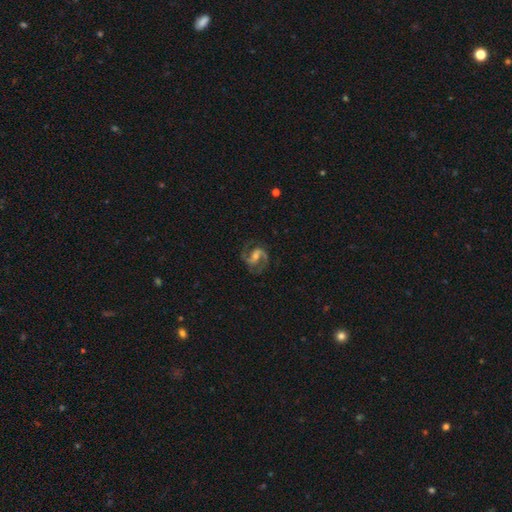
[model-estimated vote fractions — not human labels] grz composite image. It shows a featured or disk galaxy (90%) with a weak bar (51%), 2 (92%) medium (63%) spiral arms (98%) and a moderate central bulge (46%). Merging: none (78%).